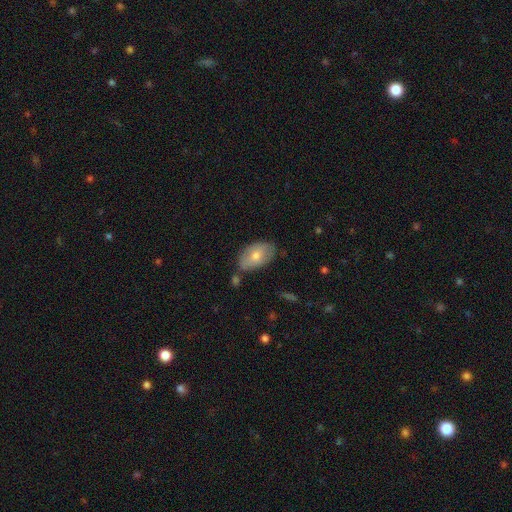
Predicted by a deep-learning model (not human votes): Smooth or featured?
  - smooth: 64% *
  - featured or disk: 28%
  - star or artifact: 7%
How rounded?
  - in between: 92% *
  - round: 7%
  - cigar-shaped: 2%
Merging?
  - none: 70% *
  - minor disturbance: 21%
  - merger: 5%
  - major disturbance: 4%